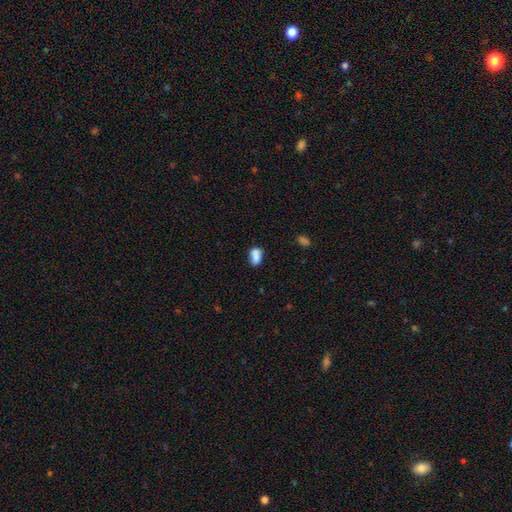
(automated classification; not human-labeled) A smooth galaxy with no disk features (80%) that is in between round and cigar-shaped (84%).

Vote fractions:
- Smooth or featured? smooth: 80% / featured or disk: 11% / star or artifact: 9%
- How rounded? in between: 84% / round: 12% / cigar-shaped: 4%
- Merging? none: 55% / minor disturbance: 22% / merger: 17% / major disturbance: 6%